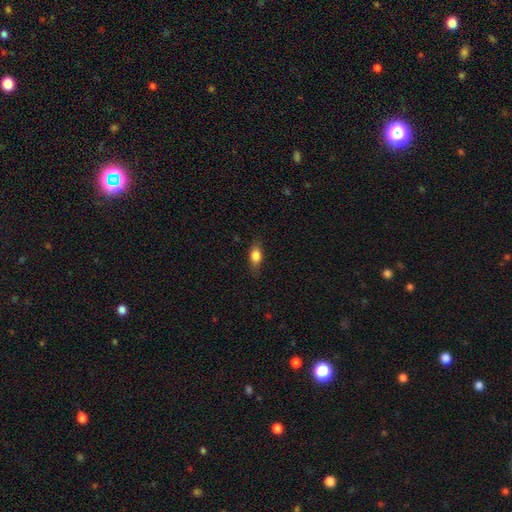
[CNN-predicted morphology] A smooth galaxy with no disk features (80%) that is in between round and cigar-shaped (76%).

Vote fractions:
- Smooth or featured? smooth: 80% / featured or disk: 12% / star or artifact: 8%
- How rounded? in between: 76% / round: 13% / cigar-shaped: 11%
- Merging? none: 79% / minor disturbance: 16% / major disturbance: 4% / merger: 1%